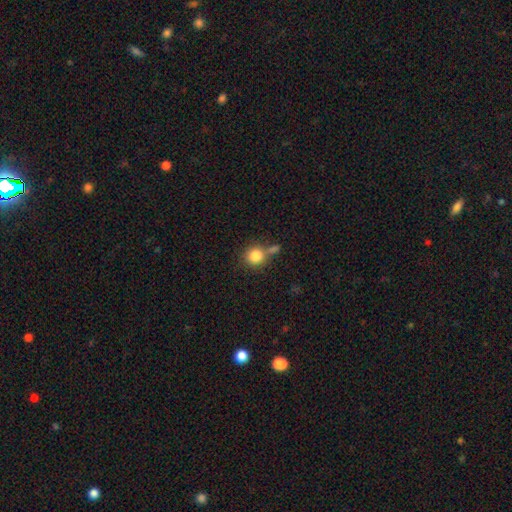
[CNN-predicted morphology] This appears to be a smooth galaxy with no disk features (84%) that is round (88%). Merging: none (56%).